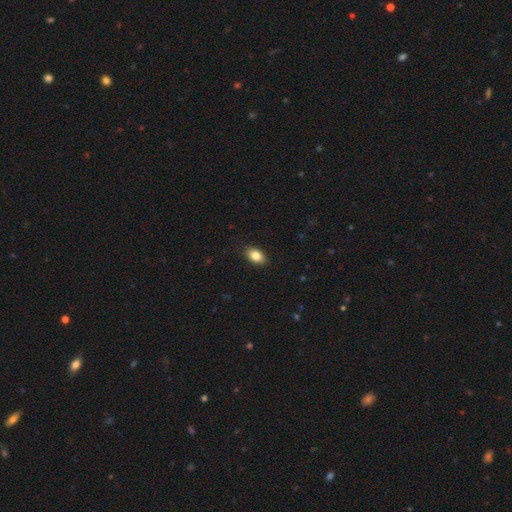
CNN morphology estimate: Q: Smooth or featured?
A: smooth (85%); runner-up: star or artifact (8%)
Q: How rounded?
A: in between (90%); runner-up: round (9%)
Q: Merging?
A: none (89%); runner-up: minor disturbance (8%)